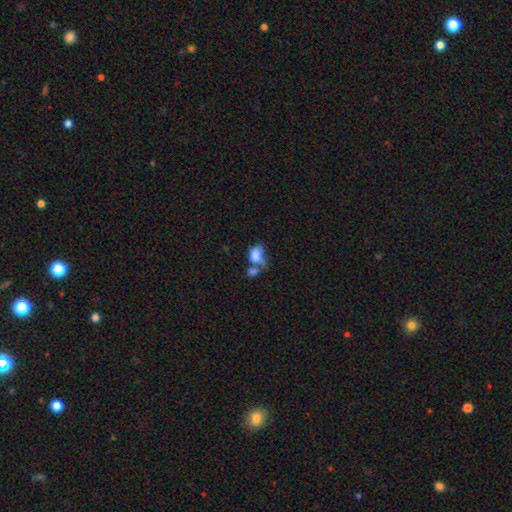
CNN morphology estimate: A smooth galaxy with no disk features (74%) that is in between round and cigar-shaped (79%). Merging: merger (54%).